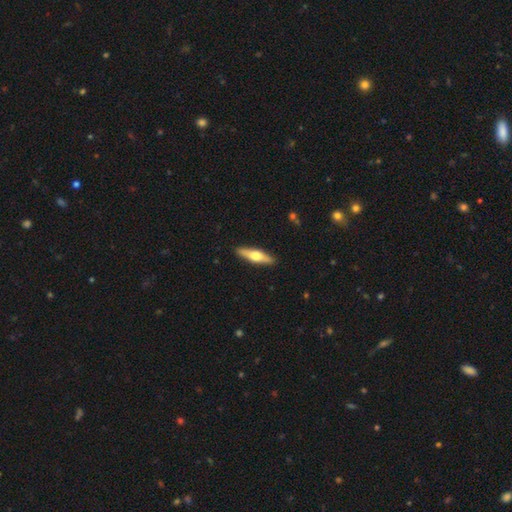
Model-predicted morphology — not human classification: Smooth or featured? Predicted: featured or disk (p=0.50). Merging? Predicted: none (p=0.91).